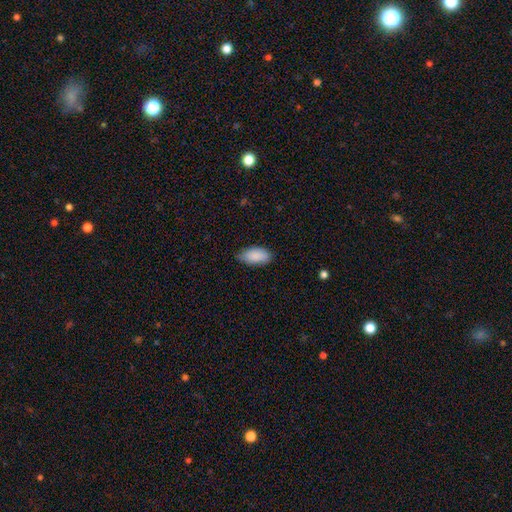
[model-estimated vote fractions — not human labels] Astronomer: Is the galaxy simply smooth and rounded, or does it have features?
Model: smooth — 89%.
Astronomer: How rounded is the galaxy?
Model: in between — 93%.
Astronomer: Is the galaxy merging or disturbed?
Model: none — 76%.